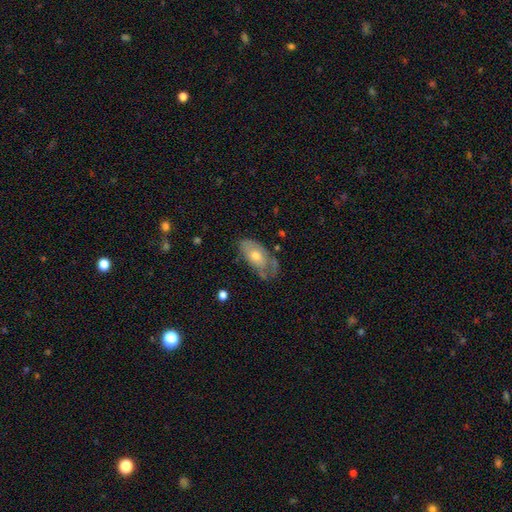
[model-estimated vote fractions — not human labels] Smooth or featured? Predicted: smooth (p=0.51). How rounded? Predicted: in between (p=0.90). Merging? Predicted: none (p=0.40).